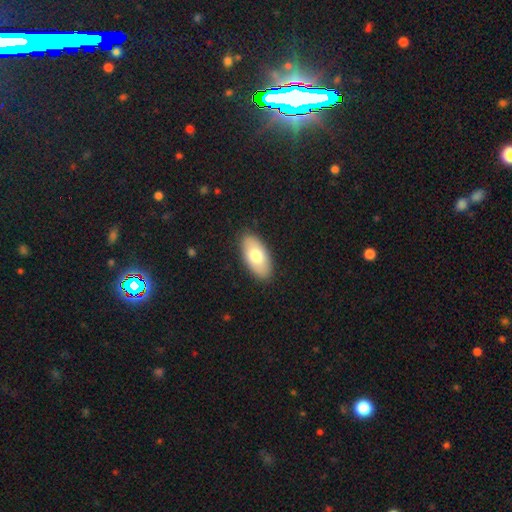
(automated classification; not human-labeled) Q: Smooth or featured?
A: smooth (72%); runner-up: featured or disk (22%)
Q: How rounded?
A: in between (93%); runner-up: cigar-shaped (4%)
Q: Merging?
A: none (88%); runner-up: minor disturbance (9%)